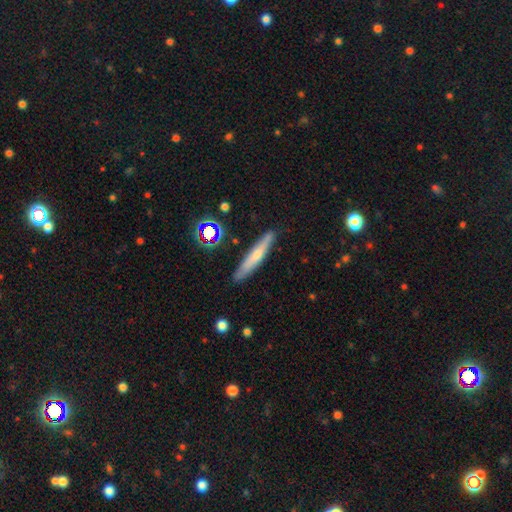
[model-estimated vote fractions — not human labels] smooth_or_featured: smooth (p=0.53) [alt: featured or disk p=0.37]
how_rounded: cigar-shaped (p=0.92) [alt: in between p=0.07]
merging: none (p=0.86) [alt: minor disturbance p=0.10]